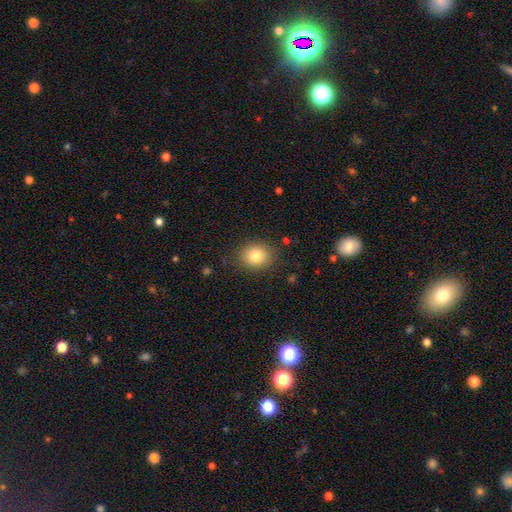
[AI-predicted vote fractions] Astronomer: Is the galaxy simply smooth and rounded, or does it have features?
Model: smooth — 82%.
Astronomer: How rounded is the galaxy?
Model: round — 69%.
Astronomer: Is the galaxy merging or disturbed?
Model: none — 86%.